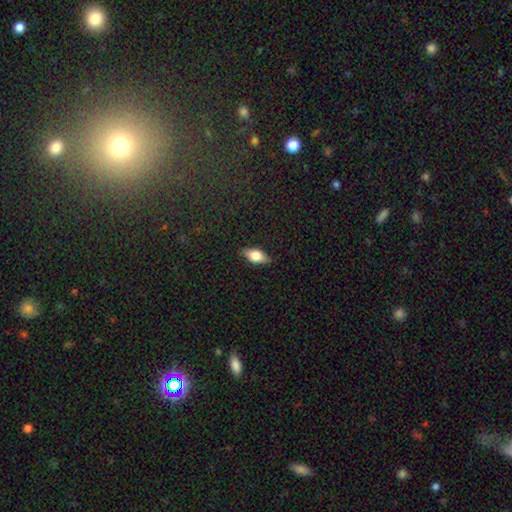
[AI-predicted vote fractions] Smooth or featured? Predicted: smooth (p=0.63). How rounded? Predicted: in between (p=0.82). Merging? Predicted: none (p=0.86).